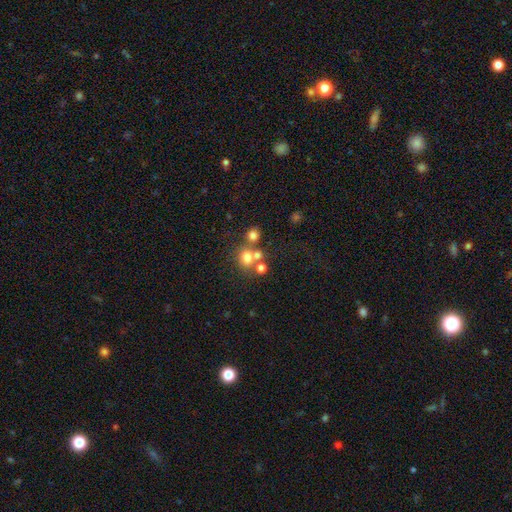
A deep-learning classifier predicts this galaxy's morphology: smooth-or-featured: smooth: 67% | star or artifact: 19% | featured or disk: 14%
  how-rounded: round: 82% | in between: 17% | cigar-shaped: 1%
  merging: none: 51% | merger: 36% | minor disturbance: 8% | major disturbance: 5%